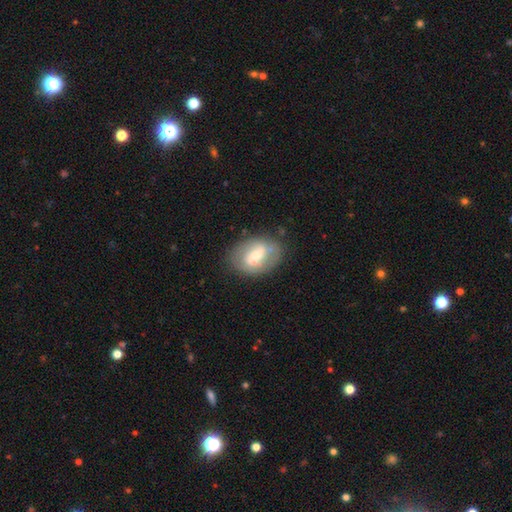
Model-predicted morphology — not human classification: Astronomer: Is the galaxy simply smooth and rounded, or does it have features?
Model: featured or disk — 51% (runner-up: smooth, 42%).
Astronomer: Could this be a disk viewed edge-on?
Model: no — 95%.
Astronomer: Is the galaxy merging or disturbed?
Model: none — 67%.